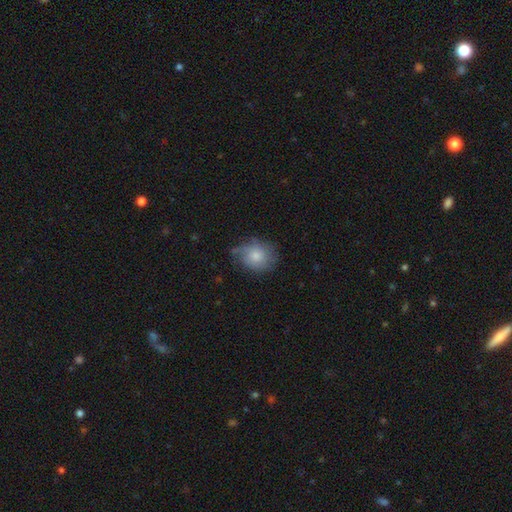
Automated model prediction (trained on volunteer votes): Smooth or featured: smooth — 76% (featured or disk — 17%)
How rounded: round — 61% (in between — 38%)
Merging: none — 57% (minor disturbance — 32%)